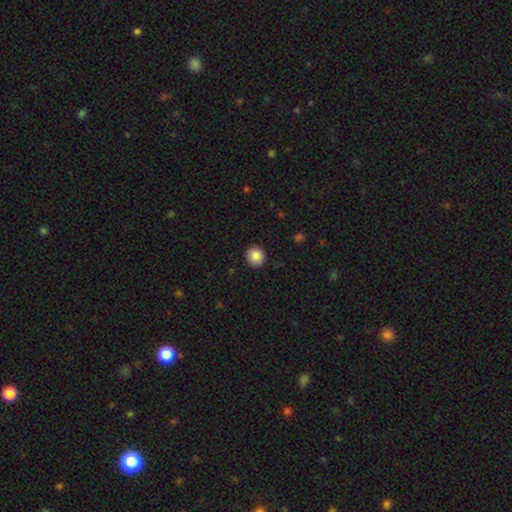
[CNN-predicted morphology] This appears to be a smooth galaxy with no disk features (87%) that is round (91%). Merging: none (91%).